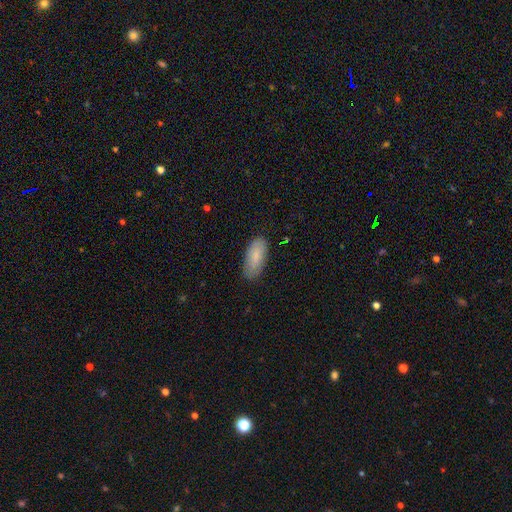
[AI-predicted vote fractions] smooth_or_featured: smooth (p=0.82) [alt: featured or disk p=0.13]
how_rounded: in between (p=0.86) [alt: cigar-shaped p=0.12]
merging: none (p=0.81) [alt: minor disturbance p=0.15]